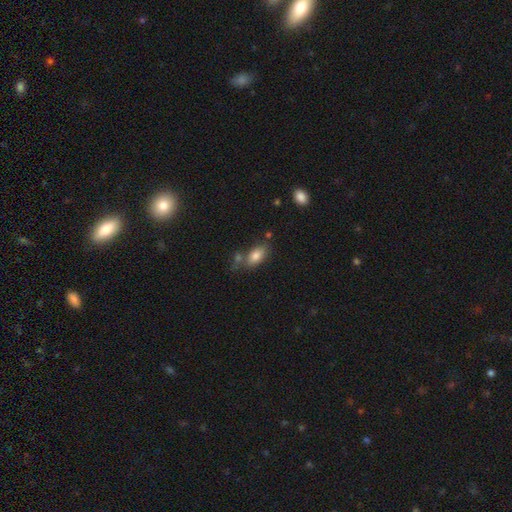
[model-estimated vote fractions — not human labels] This is clearly a smooth galaxy (81%). How rounded: clearly in between (89%). Merging: likely none (61%).